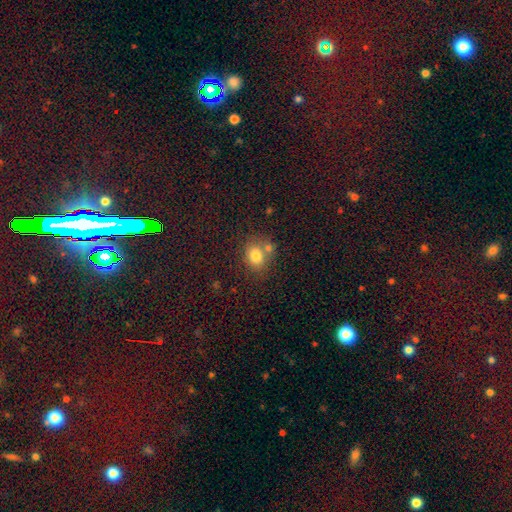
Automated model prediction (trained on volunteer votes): Q: Smooth or featured?
A: smooth (78%); runner-up: star or artifact (11%)
Q: How rounded?
A: round (59%); runner-up: in between (40%)
Q: Merging?
A: none (57%); runner-up: merger (26%)